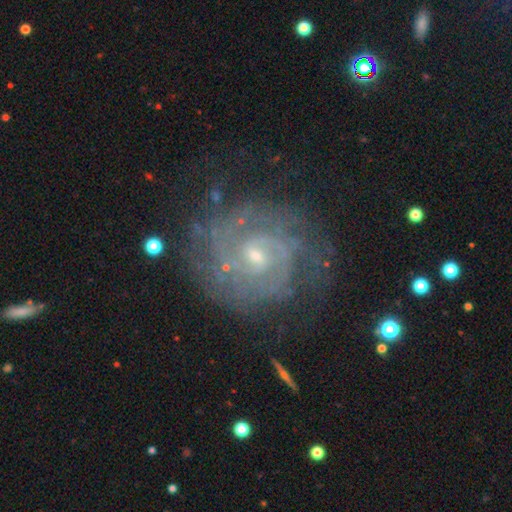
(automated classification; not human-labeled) Morphology: type=featured or disk (86%); edge-on=no (98%); bar=no (56%); spiral arms=yes (95%); winding=tight (69%); arm count=2 (34%); bulge=small (68%); merging=none (73%).